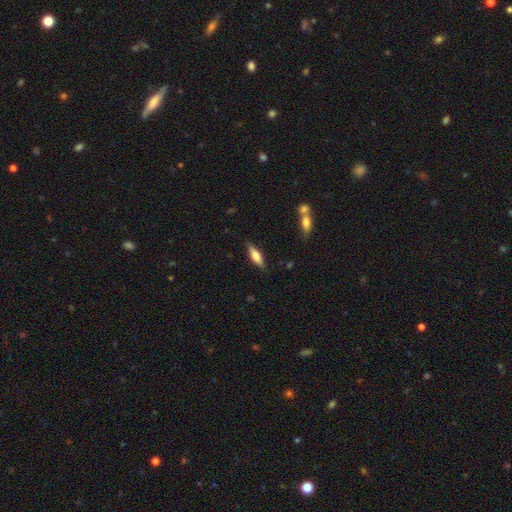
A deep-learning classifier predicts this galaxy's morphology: Smooth or featured?
  - smooth: 57% *
  - featured or disk: 36%
  - star or artifact: 7%
How rounded?
  - cigar-shaped: 49% * (tied)
  - in between: 49% * (tied)
  - round: 2%
Merging?
  - none: 83% *
  - minor disturbance: 12%
  - major disturbance: 3%
  - merger: 2%